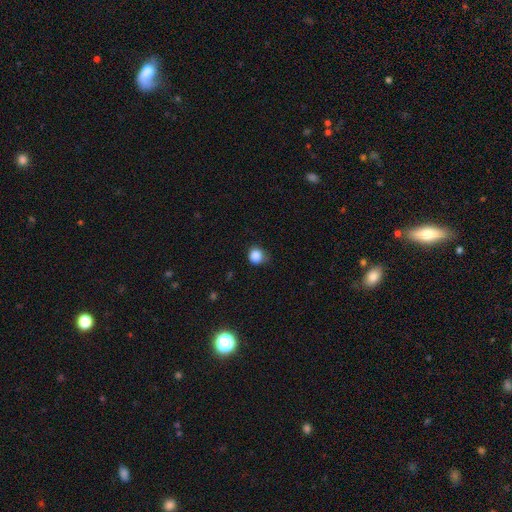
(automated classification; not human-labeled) smooth_or_featured: smooth (p=0.86) [alt: star or artifact p=0.10]
how_rounded: round (p=0.85) [alt: in between p=0.15]
merging: none (p=0.66) [alt: minor disturbance p=0.26]